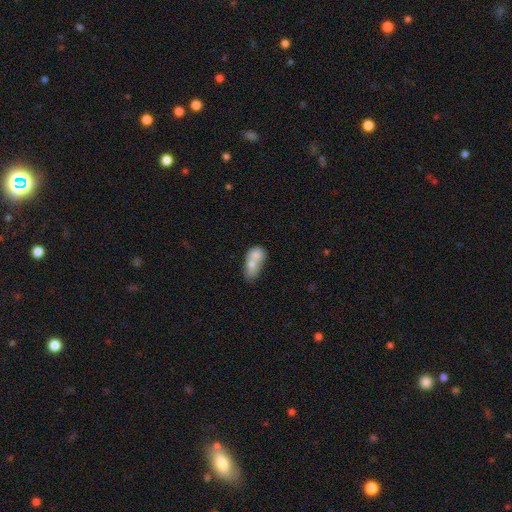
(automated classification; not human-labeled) Smooth or featured? Predicted: smooth (p=0.67). How rounded? Predicted: in between (p=0.73). Merging? Predicted: merger (p=0.71).